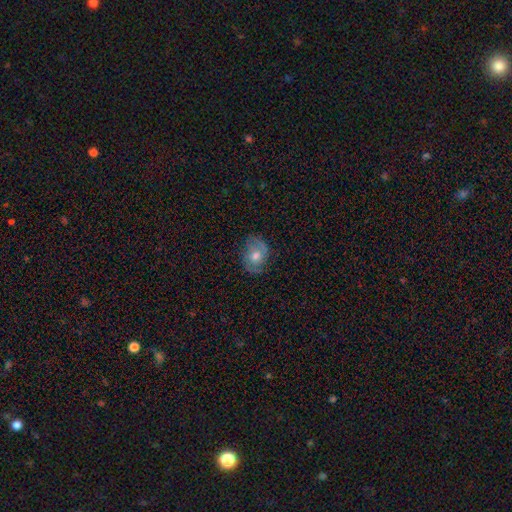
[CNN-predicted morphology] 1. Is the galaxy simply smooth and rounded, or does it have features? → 46% featured or disk, 44% smooth, 10% star or artifact.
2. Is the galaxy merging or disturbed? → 73% none, 20% minor disturbance, 7% major disturbance, 1% merger.